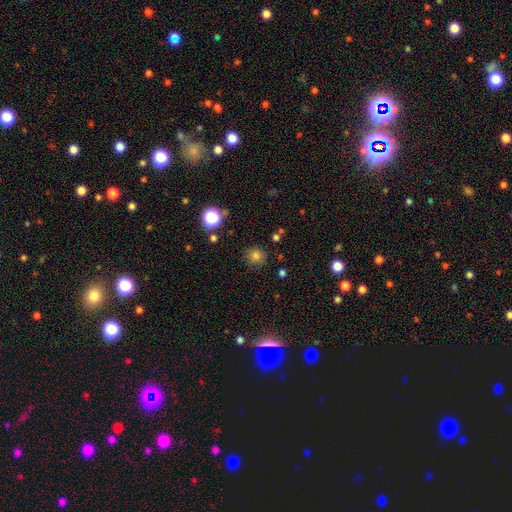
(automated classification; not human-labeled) This is likely a smooth galaxy (78%). How rounded: clearly round (92%). Merging: clearly none (87%).